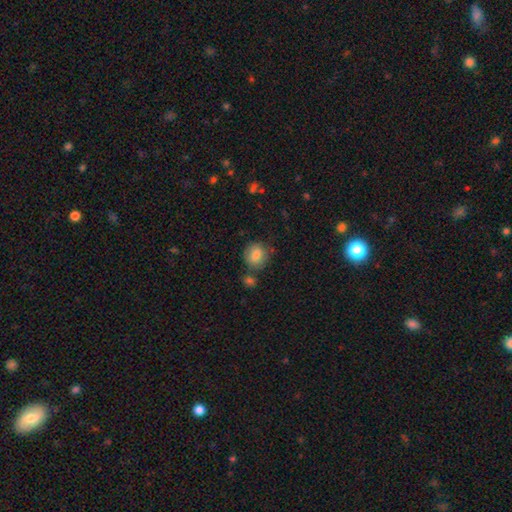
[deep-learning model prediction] Smooth or featured: smooth — 83% (star or artifact — 9%)
How rounded: round — 78% (in between — 21%)
Merging: none — 71% (minor disturbance — 13%)